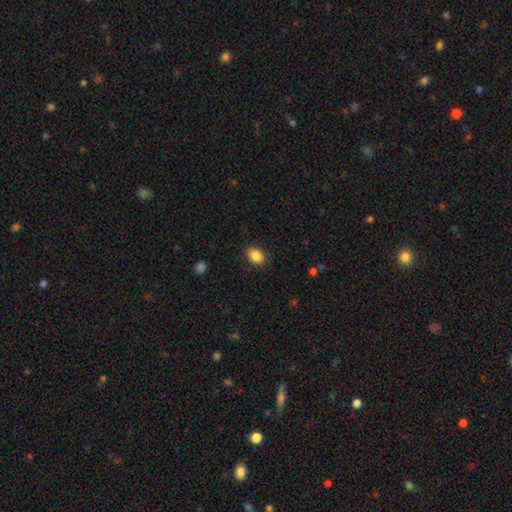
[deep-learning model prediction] Smooth or featured?
  - smooth: 87% *
  - star or artifact: 9%
  - featured or disk: 5%
How rounded?
  - in between: 72% *
  - round: 27%
  - cigar-shaped: 1%
Merging?
  - none: 86% *
  - minor disturbance: 10%
  - major disturbance: 3%
  - merger: 1%